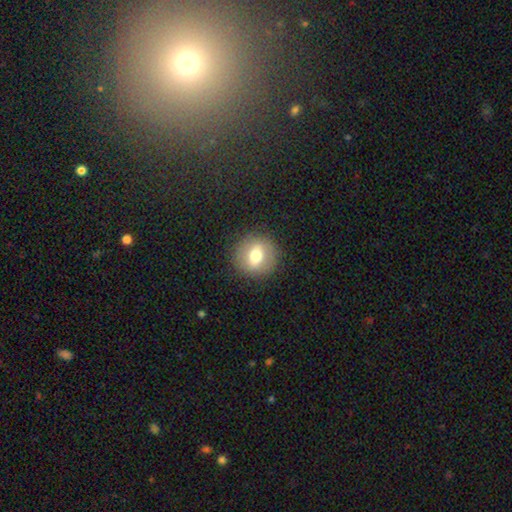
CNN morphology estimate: The model was most divided on "smooth or featured": smooth: 63%, featured or disk: 28%, star or artifact: 9%. More confident: merging — none (87%); how rounded — round (85%).